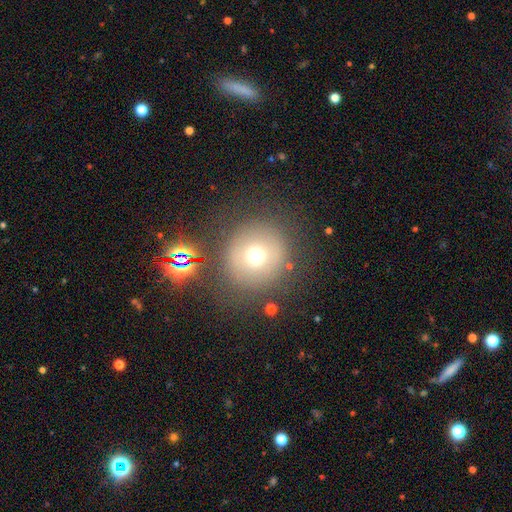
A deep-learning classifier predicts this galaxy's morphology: Smooth or featured?
  - smooth: 64% *
  - star or artifact: 20%
  - featured or disk: 15%
How rounded?
  - round: 93% *
  - in between: 6%
  - cigar-shaped: 1%
Merging?
  - none: 81% *
  - minor disturbance: 9%
  - major disturbance: 6%
  - merger: 4%